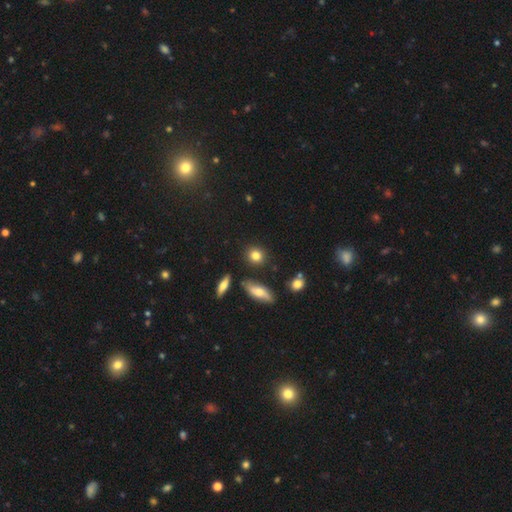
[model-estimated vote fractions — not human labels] smooth 81%, star or artifact 10%, featured or disk 8%. Down the decision tree: how rounded — round (81%); merging — none (84%).